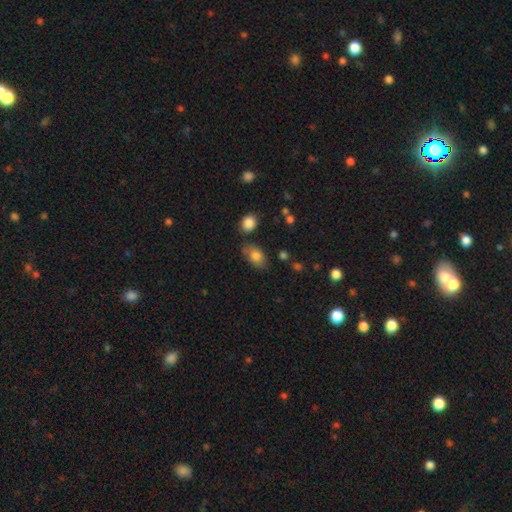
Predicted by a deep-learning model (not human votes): This appears to be a smooth galaxy with no disk features (81%) that is in between round and cigar-shaped (88%). Merging: none (68%).